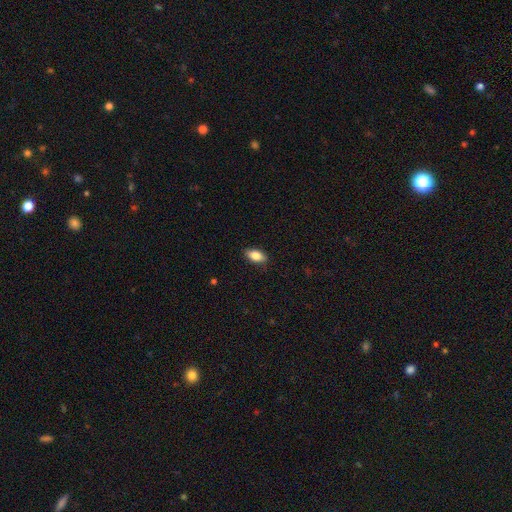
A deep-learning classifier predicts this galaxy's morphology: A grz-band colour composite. It shows a smooth galaxy with no disk features (83%) that is in between round and cigar-shaped (89%). Merging: none (87%).